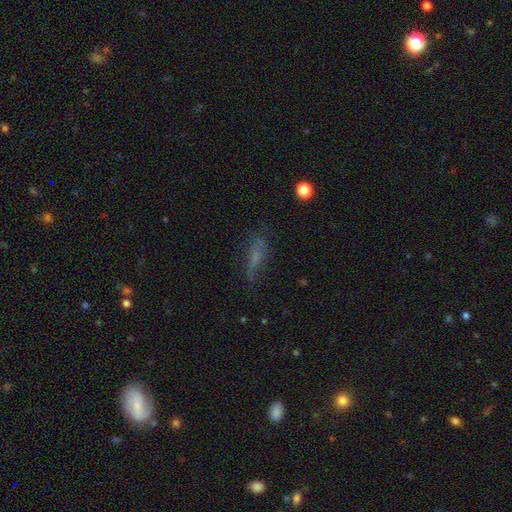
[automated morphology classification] smooth-or-featured: smooth: 47% | featured or disk: 33% | star or artifact: 20%
  merging: none: 59% | minor disturbance: 23% | major disturbance: 15% | merger: 3%